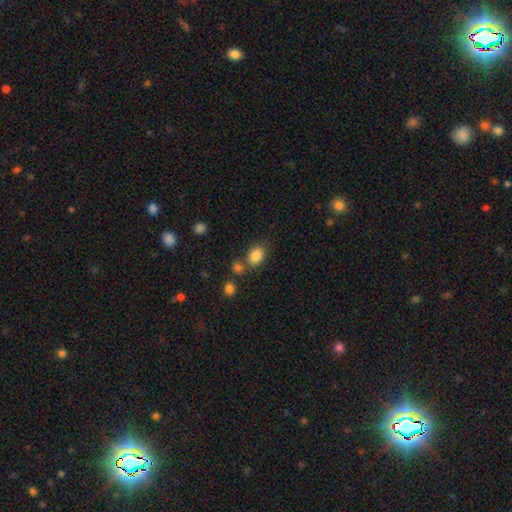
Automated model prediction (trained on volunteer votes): A smooth galaxy with no disk features (84%) that is in between round and cigar-shaped (64%). Merging: none (66%).